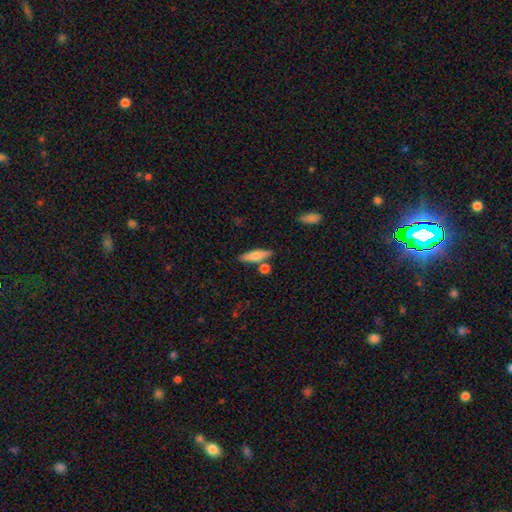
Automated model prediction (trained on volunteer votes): smooth_or_featured: smooth (p=0.73) [alt: featured or disk p=0.21]
how_rounded: cigar-shaped (p=0.72) [alt: in between p=0.26]
merging: none (p=0.76) [alt: minor disturbance p=0.11]